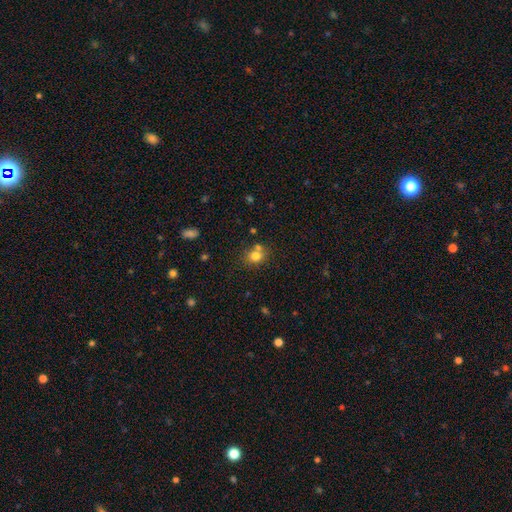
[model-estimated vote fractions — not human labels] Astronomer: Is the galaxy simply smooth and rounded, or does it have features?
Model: smooth — 77%.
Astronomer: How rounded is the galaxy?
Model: round — 68%.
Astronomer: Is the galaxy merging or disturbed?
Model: none — 59%.